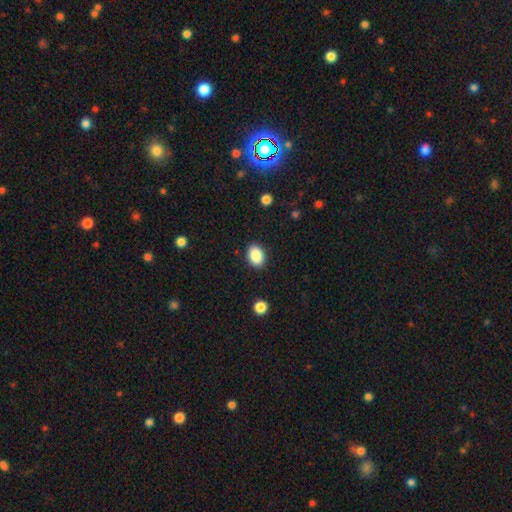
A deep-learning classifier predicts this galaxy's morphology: A smooth galaxy with no disk features (88%) that is in between round and cigar-shaped (77%). Merging: none (89%).